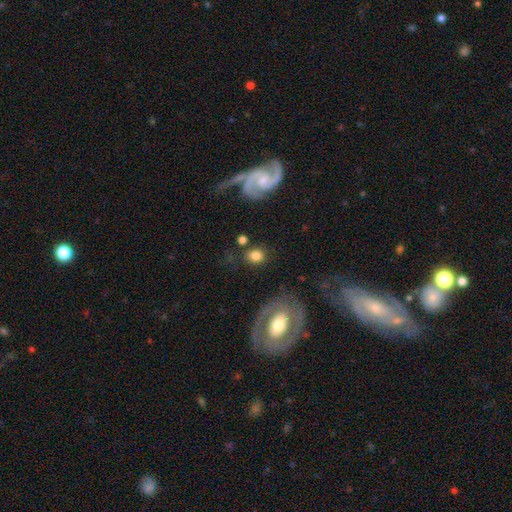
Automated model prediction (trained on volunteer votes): Smooth or featured?
  - smooth: 77% *
  - featured or disk: 13%
  - star or artifact: 9%
How rounded?
  - round: 65% *
  - in between: 34%
  - cigar-shaped: 1%
Merging?
  - none: 74% *
  - minor disturbance: 12%
  - merger: 7%
  - major disturbance: 7%